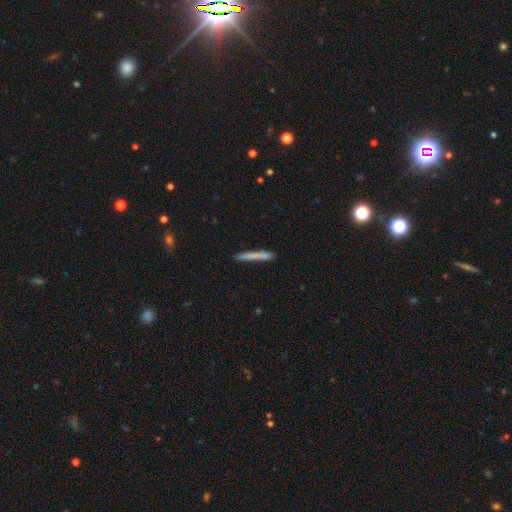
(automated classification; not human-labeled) The model was most divided on "smooth or featured": smooth: 75%, featured or disk: 19%, star or artifact: 6%. More confident: how rounded — cigar-shaped (97%); merging — none (89%).